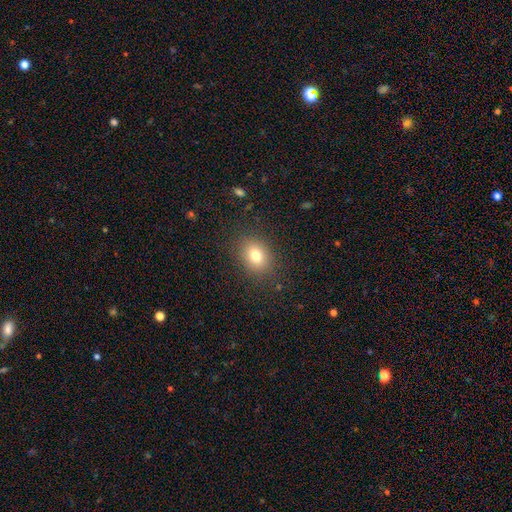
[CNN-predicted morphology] Overall: smooth (78%). How rounded: in between (58%; round 40%). Merging: none (85%).